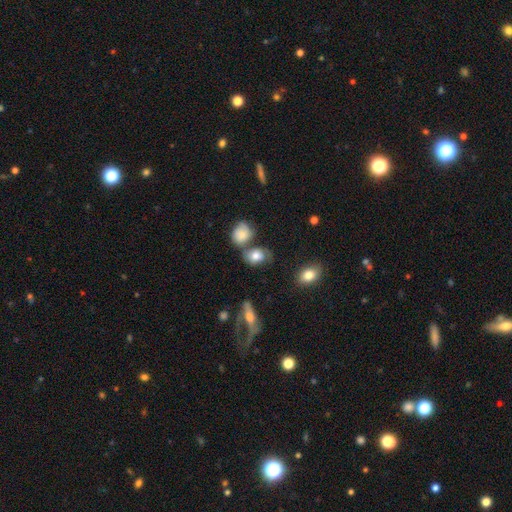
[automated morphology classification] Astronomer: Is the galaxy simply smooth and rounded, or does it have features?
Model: smooth — 63%.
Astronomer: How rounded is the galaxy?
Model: in between — 65%.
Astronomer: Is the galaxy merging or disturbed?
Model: none — 44% (runner-up: merger, 25%).